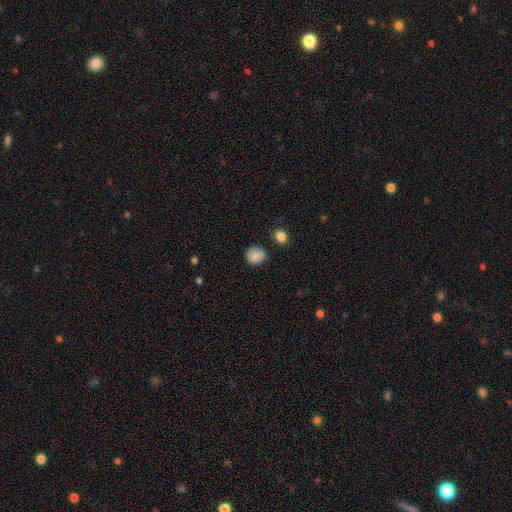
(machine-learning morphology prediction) A smooth galaxy with no disk features (87%) that is round (80%). Merging: none (82%).